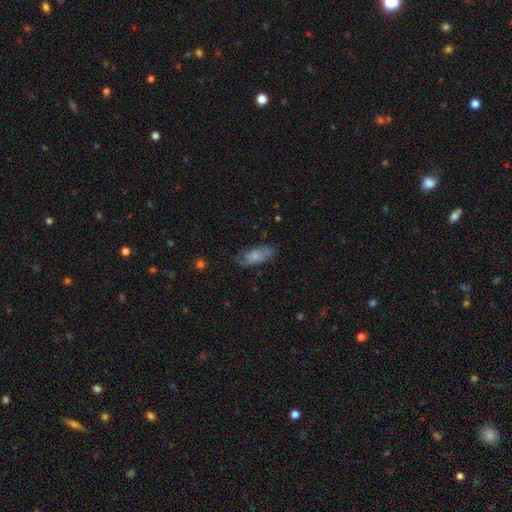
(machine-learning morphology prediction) Q: Smooth or featured?
A: smooth (67%); runner-up: featured or disk (25%)
Q: How rounded?
A: in between (78%); runner-up: cigar-shaped (19%)
Q: Merging?
A: none (71%); runner-up: minor disturbance (21%)